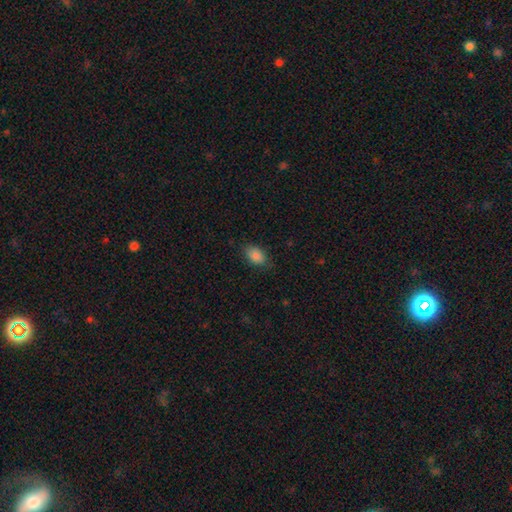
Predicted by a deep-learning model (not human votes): Morphology: type=smooth (86%); roundness=in between (86%); merging=none (78%).